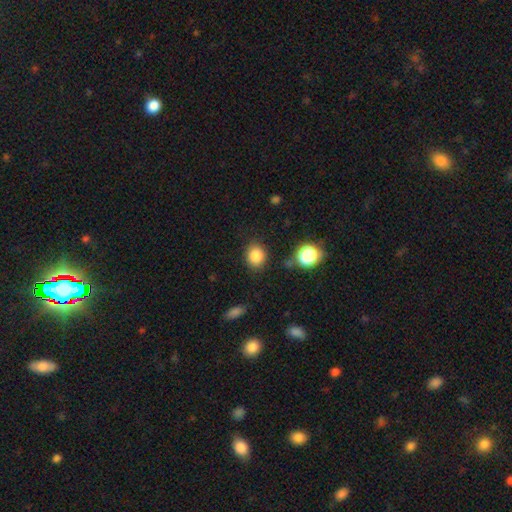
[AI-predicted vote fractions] Smooth or featured?
  - smooth: 84% *
  - star or artifact: 11%
  - featured or disk: 5%
How rounded?
  - round: 68% *
  - in between: 31%
  - cigar-shaped: 1%
Merging?
  - none: 83% *
  - minor disturbance: 11%
  - major disturbance: 3%
  - merger: 3%